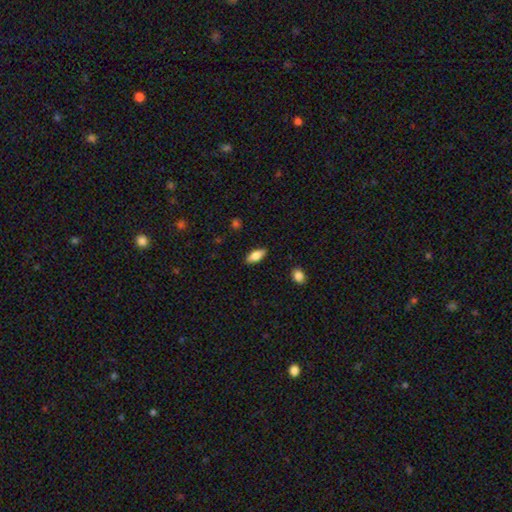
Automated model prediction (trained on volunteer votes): smooth-or-featured: smooth: 79% | featured or disk: 14% | star or artifact: 7%
  how-rounded: in between: 84% | cigar-shaped: 14% | round: 2%
  merging: none: 87% | minor disturbance: 9% | major disturbance: 2% | merger: 1%